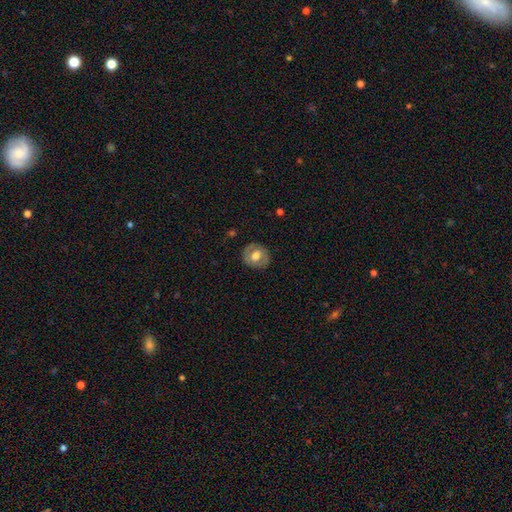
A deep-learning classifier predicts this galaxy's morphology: smooth 50%, featured or disk 43%, star or artifact 7%. Down the decision tree: how rounded — round (76%); merging — none (82%).